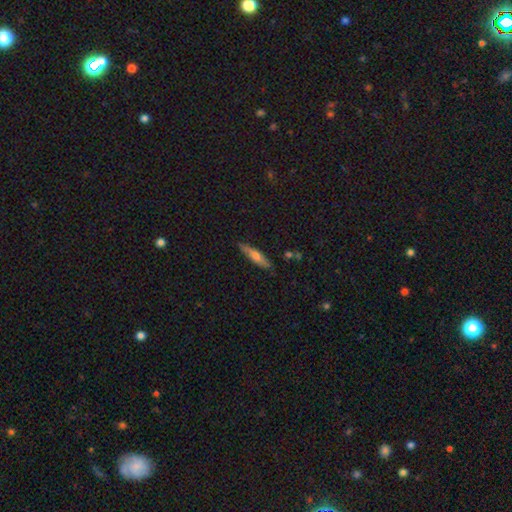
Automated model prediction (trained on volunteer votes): smooth 58%, featured or disk 36%, star or artifact 6%. Down the decision tree: how rounded — cigar-shaped (80%); merging — none (82%).